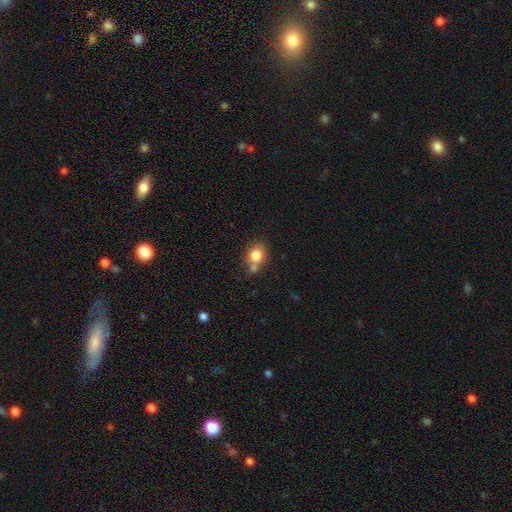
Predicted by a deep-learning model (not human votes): Smooth or featured: smooth — 81% (featured or disk — 10%)
How rounded: round — 62% (in between — 37%)
Merging: none — 53% (merger — 27%)